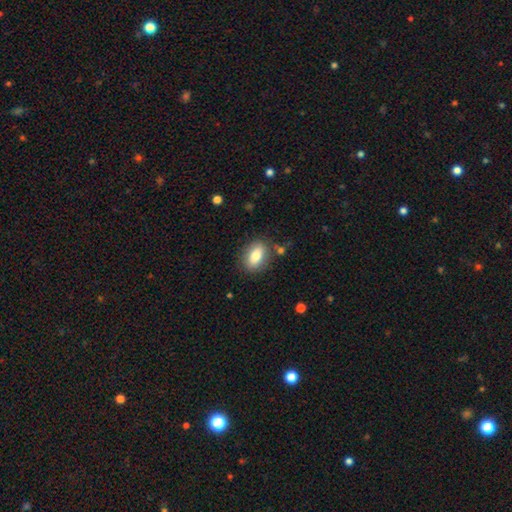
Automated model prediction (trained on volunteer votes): This is likely a smooth galaxy (79%). How rounded: clearly in between (84%). Merging: clearly none (81%).